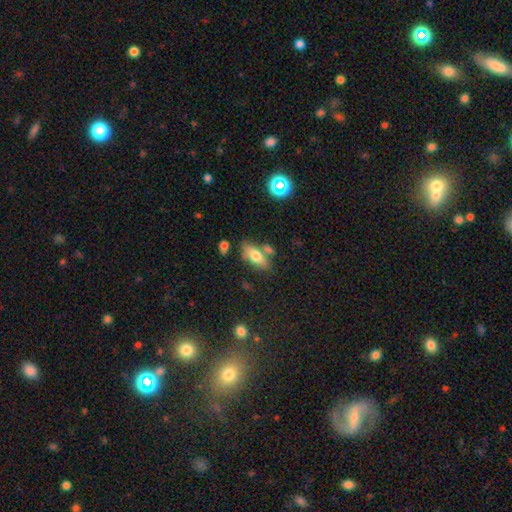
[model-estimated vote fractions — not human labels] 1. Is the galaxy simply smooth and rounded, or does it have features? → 66% smooth, 25% featured or disk, 9% star or artifact.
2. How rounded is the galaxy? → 74% in between, 22% cigar-shaped, 4% round.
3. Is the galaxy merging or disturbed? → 63% none, 16% merger, 16% minor disturbance, 5% major disturbance.